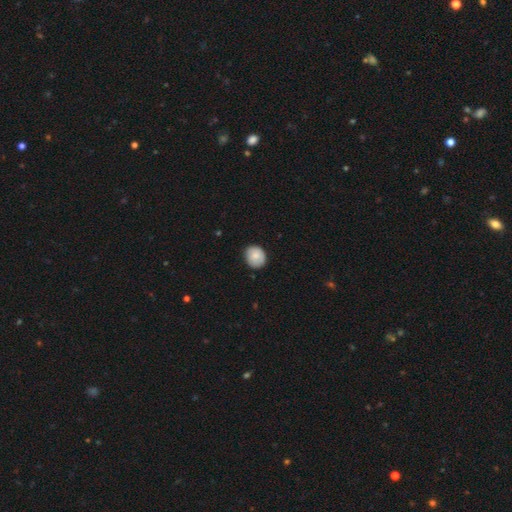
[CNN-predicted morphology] smooth 83%, featured or disk 10%, star or artifact 7%. Down the decision tree: how rounded — round (72%); merging — none (82%).